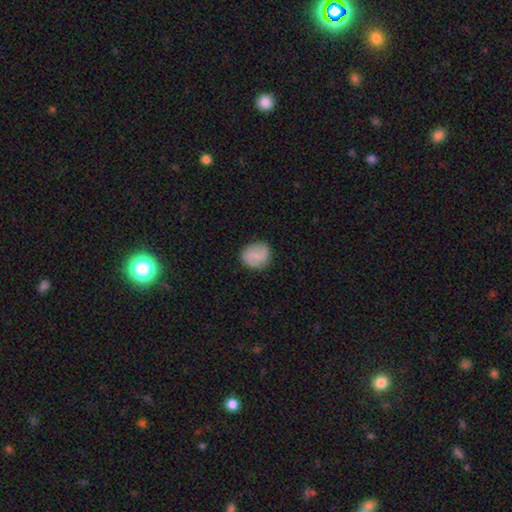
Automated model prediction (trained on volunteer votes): A smooth galaxy with no disk features (66%) that is round (81%).

Vote fractions:
- Smooth or featured? smooth: 66% / featured or disk: 27% / star or artifact: 8%
- How rounded? round: 81% / in between: 18% / cigar-shaped: 1%
- Merging? none: 85% / minor disturbance: 11% / major disturbance: 3% / merger: 1%